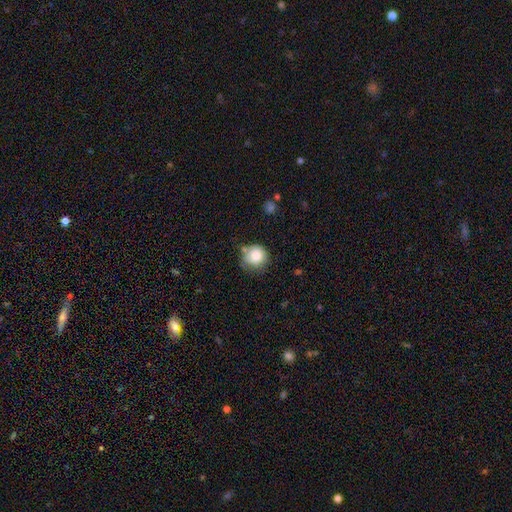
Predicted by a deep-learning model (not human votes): Q: Smooth or featured?
A: smooth (81%); runner-up: featured or disk (10%)
Q: How rounded?
A: round (90%); runner-up: in between (9%)
Q: Merging?
A: none (62%); runner-up: minor disturbance (25%)